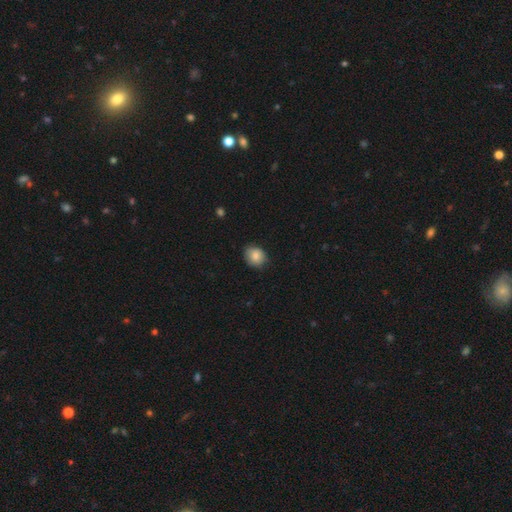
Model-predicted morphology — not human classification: Q: Smooth or featured?
A: smooth (84%); runner-up: featured or disk (8%)
Q: How rounded?
A: round (66%); runner-up: in between (33%)
Q: Merging?
A: none (76%); runner-up: minor disturbance (20%)